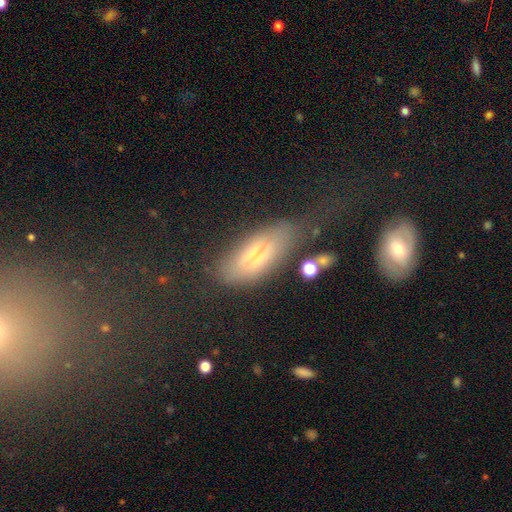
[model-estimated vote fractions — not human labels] smooth_or_featured: smooth (p=0.52) [alt: featured or disk p=0.33]
how_rounded: in between (p=0.63) [alt: cigar-shaped p=0.33]
merging: none (p=0.46) [alt: minor disturbance p=0.27]